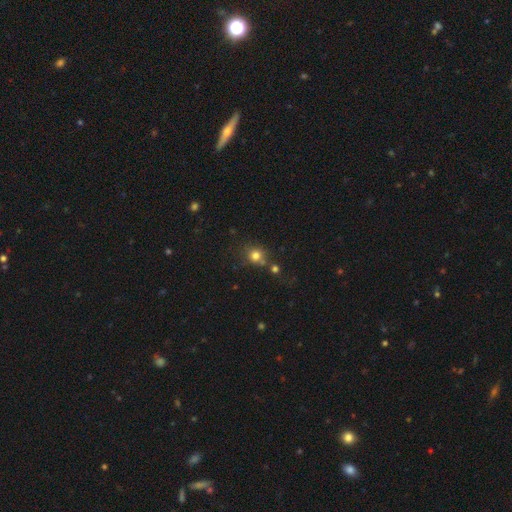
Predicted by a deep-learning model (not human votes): This appears to be a smooth galaxy with no disk features (78%) that is round (85%). Merging: none (63%).